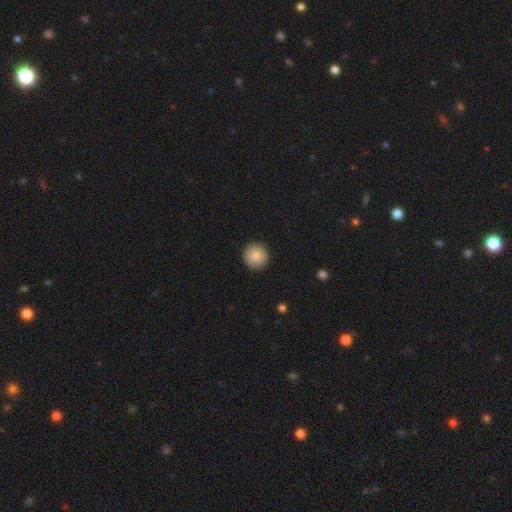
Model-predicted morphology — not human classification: Smooth or featured?
  - smooth: 87% *
  - star or artifact: 7%
  - featured or disk: 6%
How rounded?
  - round: 94% *
  - in between: 5%
  - cigar-shaped: 1%
Merging?
  - none: 91% *
  - minor disturbance: 6%
  - major disturbance: 2%
  - merger: 1%